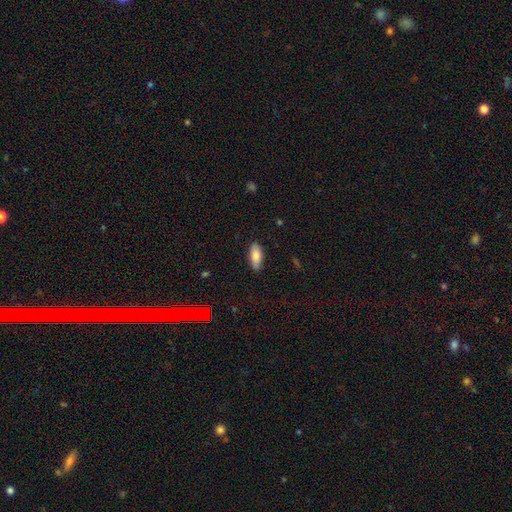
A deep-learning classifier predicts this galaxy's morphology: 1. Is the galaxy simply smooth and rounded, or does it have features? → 82% smooth, 12% featured or disk, 6% star or artifact.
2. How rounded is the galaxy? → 82% in between, 16% cigar-shaped, 2% round.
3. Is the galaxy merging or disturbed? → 87% none, 10% minor disturbance, 2% major disturbance, 1% merger.